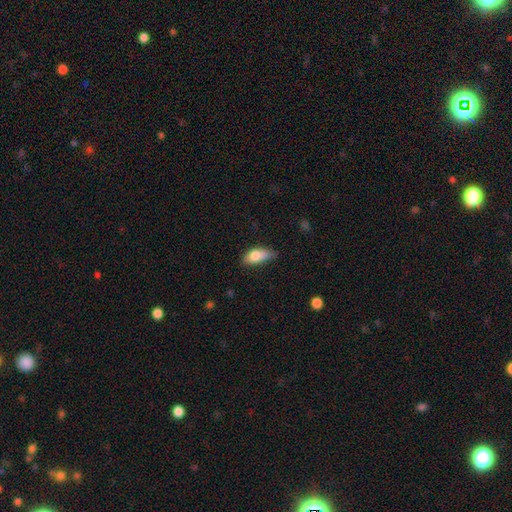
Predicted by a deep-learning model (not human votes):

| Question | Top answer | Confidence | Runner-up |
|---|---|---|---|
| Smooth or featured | smooth | 78% | featured or disk (15%) |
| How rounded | in between | 84% | cigar-shaped (12%) |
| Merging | minor disturbance | 44% | none (41%) |